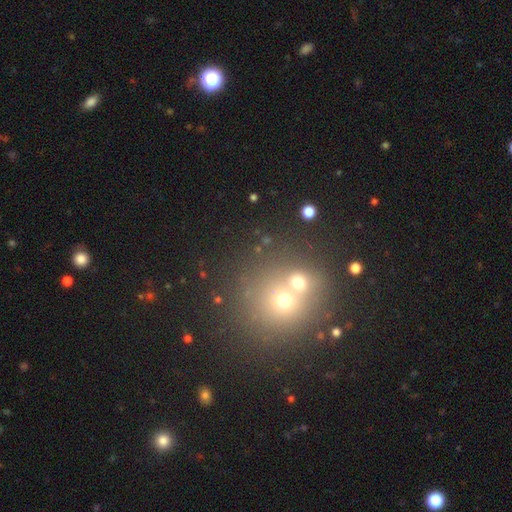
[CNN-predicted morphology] The model was most divided on "smooth or featured": smooth: 48%, star or artifact: 38%, featured or disk: 14%. More confident: merging — none (59%).